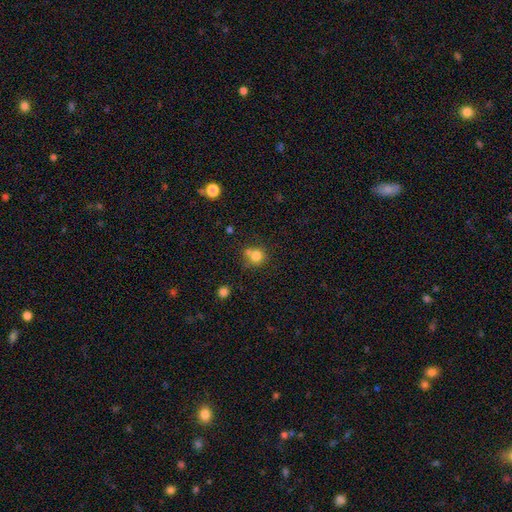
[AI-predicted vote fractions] This appears to be a smooth galaxy with no disk features (78%) that is round (84%). Merging: none (52%).